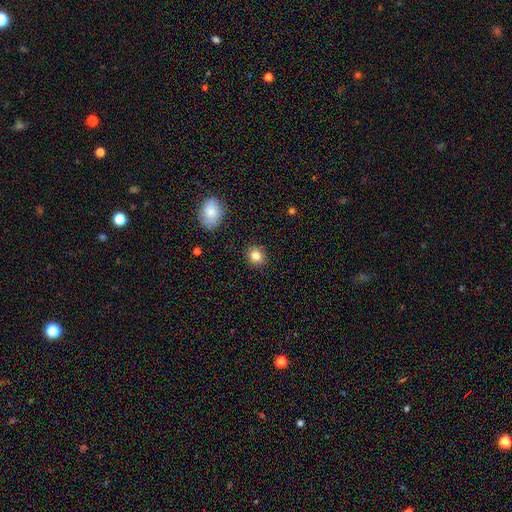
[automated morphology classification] Smooth or featured? Predicted: smooth (p=0.82). How rounded? Predicted: round (p=0.71). Merging? Predicted: none (p=0.90).